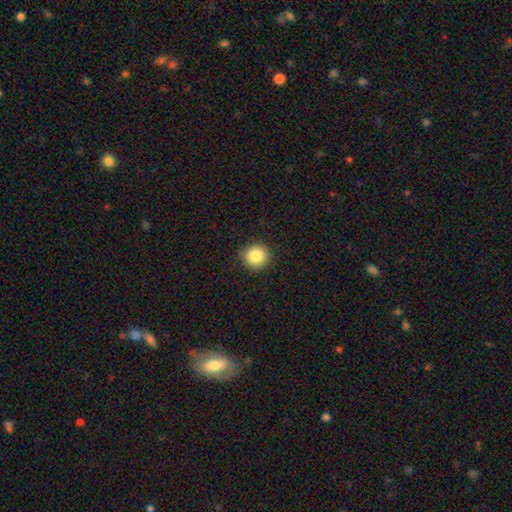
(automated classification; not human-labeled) The model was most divided on "smooth or featured": smooth: 86%, star or artifact: 9%, featured or disk: 5%. More confident: merging — none (90%); how rounded — round (90%).